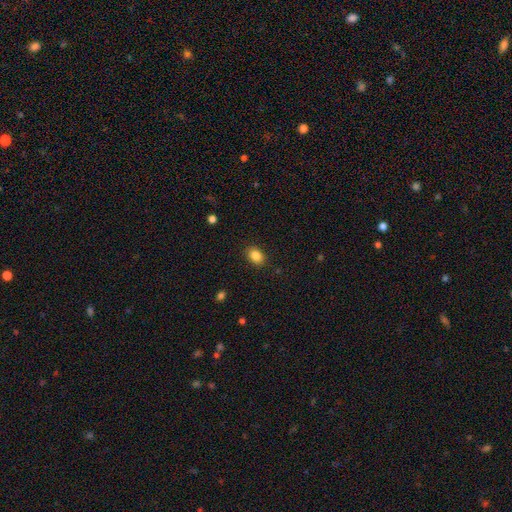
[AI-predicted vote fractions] Smooth or featured?
  - smooth: 86% *
  - star or artifact: 9%
  - featured or disk: 5%
How rounded?
  - in between: 74% *
  - round: 25%
  - cigar-shaped: 1%
Merging?
  - none: 87% *
  - minor disturbance: 9%
  - major disturbance: 3%
  - merger: 1%